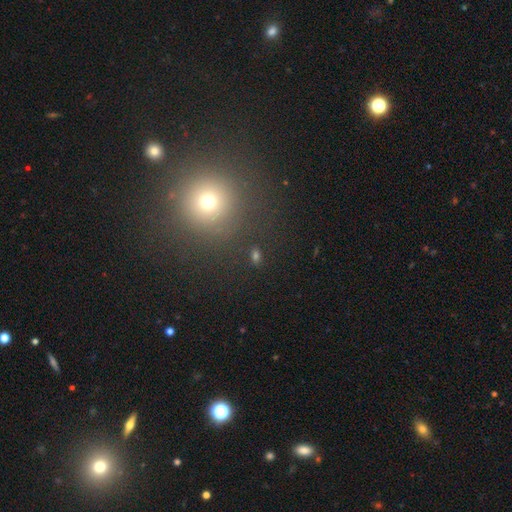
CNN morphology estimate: The model was most divided on "how rounded": round: 55%, in between: 41%, cigar-shaped: 4%. More confident: merging — none (81%); smooth or featured — smooth (61%).